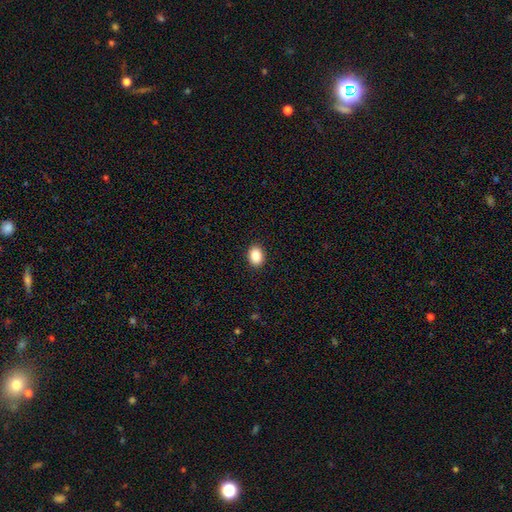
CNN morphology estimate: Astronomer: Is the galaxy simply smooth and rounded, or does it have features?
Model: smooth — 87%.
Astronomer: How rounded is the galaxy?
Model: in between — 70%.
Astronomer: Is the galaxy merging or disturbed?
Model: none — 91%.